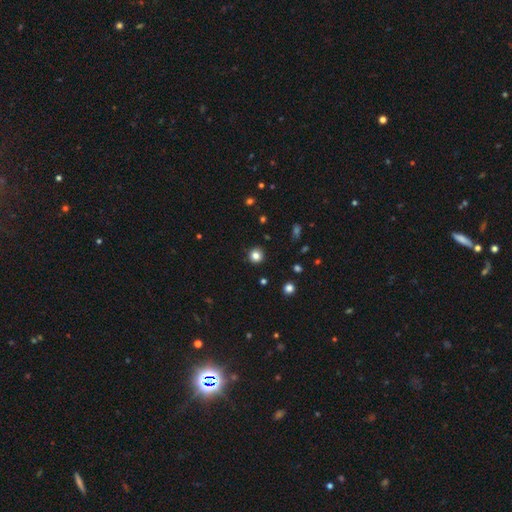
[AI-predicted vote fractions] Smooth or featured: smooth — 83% (star or artifact — 12%)
How rounded: round — 94% (in between — 5%)
Merging: none — 92% (minor disturbance — 5%)